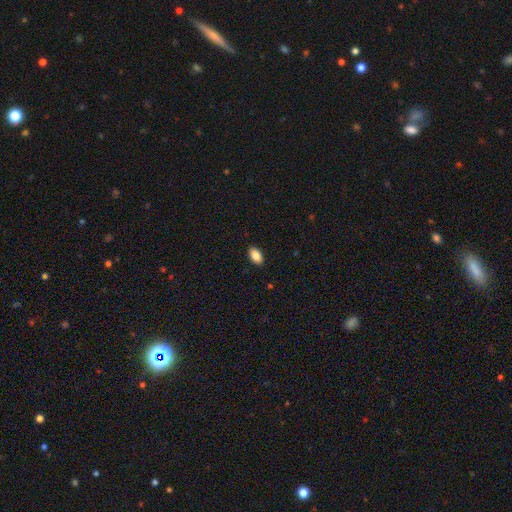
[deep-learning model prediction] Overall: smooth (88%). How rounded: in between (93%). Merging: none (89%).